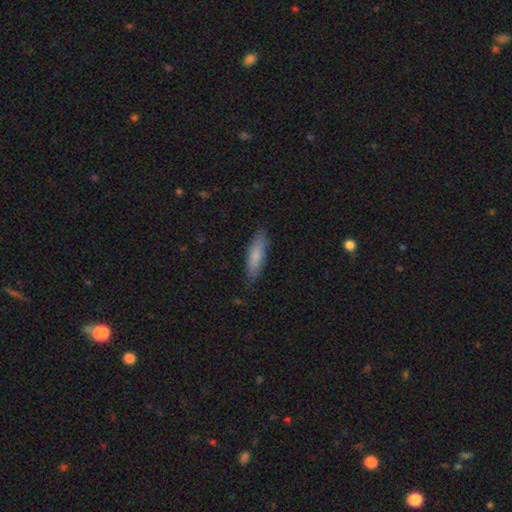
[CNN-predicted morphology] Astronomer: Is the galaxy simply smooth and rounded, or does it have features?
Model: smooth — 81%.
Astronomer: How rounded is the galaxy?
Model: cigar-shaped — 60% (runner-up: in between, 38%).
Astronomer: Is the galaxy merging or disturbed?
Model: none — 84%.